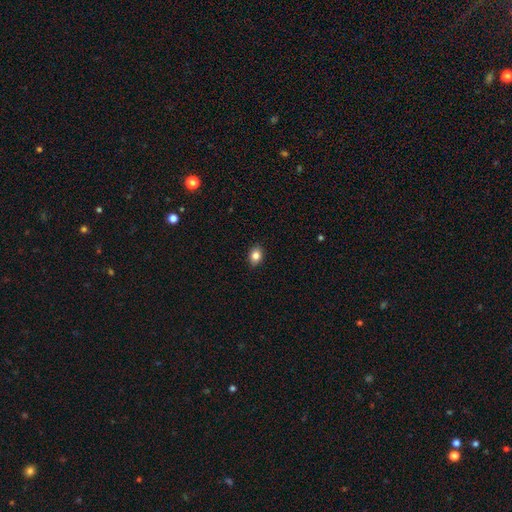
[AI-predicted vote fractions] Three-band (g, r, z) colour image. It shows a smooth galaxy with no disk features (84%) that is in between round and cigar-shaped (65%). Merging: none (88%).